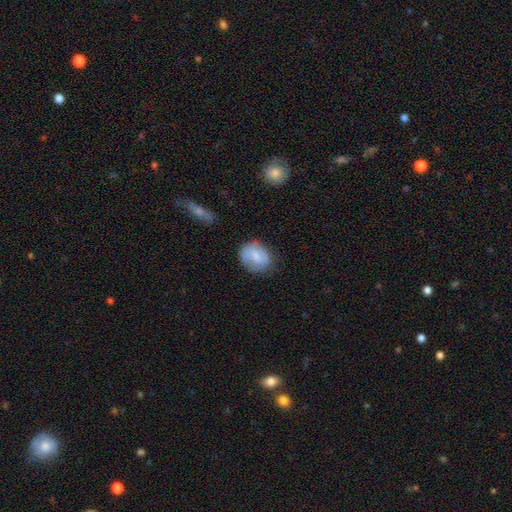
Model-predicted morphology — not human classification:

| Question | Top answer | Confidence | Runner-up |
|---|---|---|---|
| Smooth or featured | smooth | 65% | featured or disk (28%) |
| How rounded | round | 52% | in between (46%) |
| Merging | none | 69% | minor disturbance (23%) |